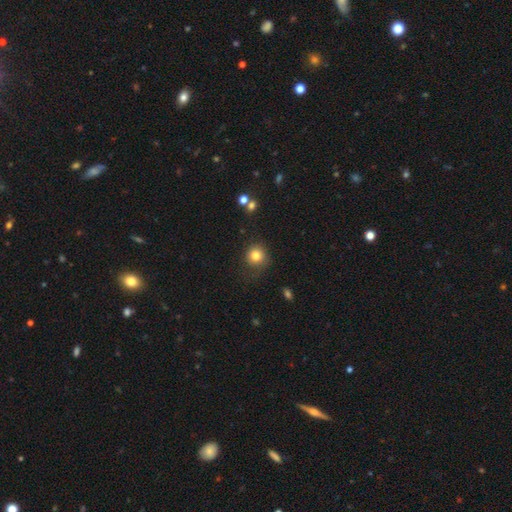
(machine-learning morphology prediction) A smooth galaxy with no disk features (81%) that is round (89%). Merging: none (72%).